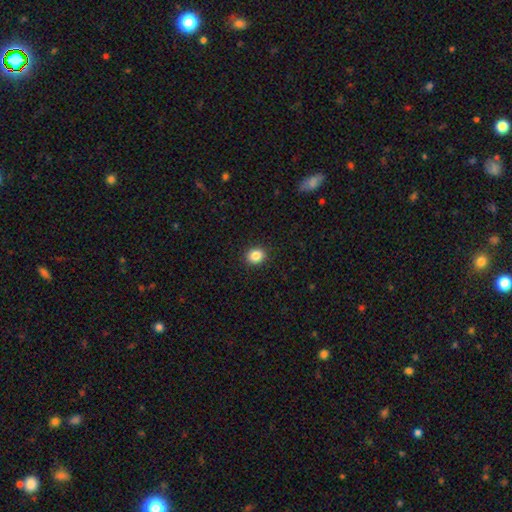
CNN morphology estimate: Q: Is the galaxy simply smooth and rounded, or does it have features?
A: smooth — 85%.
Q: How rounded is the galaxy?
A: round — 68%.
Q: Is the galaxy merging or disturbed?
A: none — 91%.